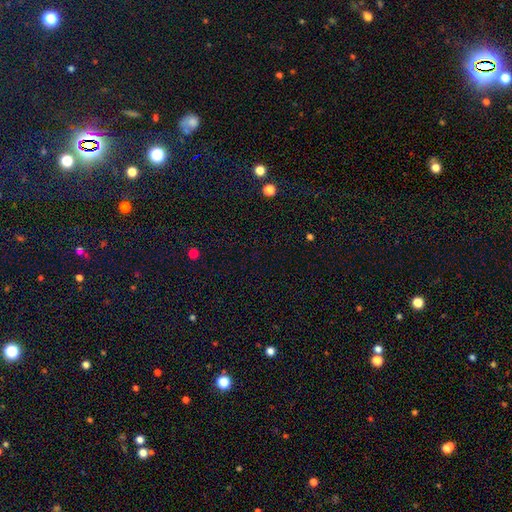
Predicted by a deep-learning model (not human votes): smooth-or-featured: star or artifact: 64% | smooth: 29% | featured or disk: 7%